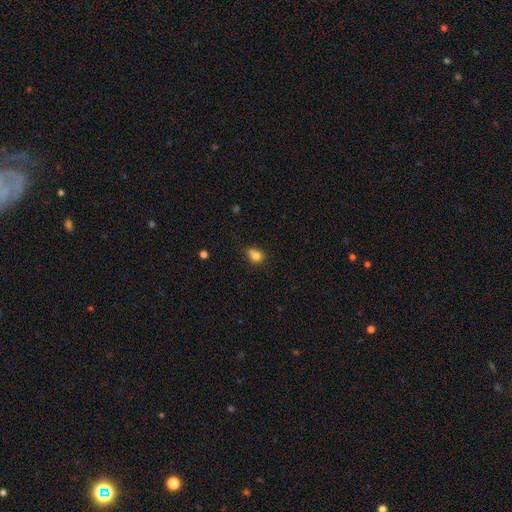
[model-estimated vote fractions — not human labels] Smooth or featured: smooth — 80% (star or artifact — 11%)
How rounded: round — 60% (in between — 38%)
Merging: none — 51% (minor disturbance — 27%)